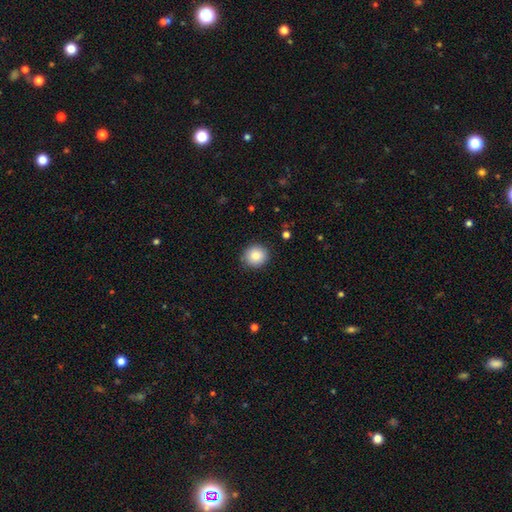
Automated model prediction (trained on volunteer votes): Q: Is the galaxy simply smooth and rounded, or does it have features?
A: smooth — 86%.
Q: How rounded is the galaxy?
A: round — 90%.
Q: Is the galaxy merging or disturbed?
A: none — 89%.